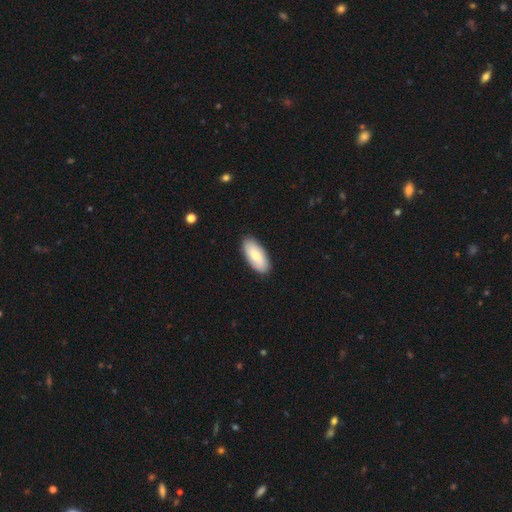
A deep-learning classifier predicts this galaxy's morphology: This appears to be a smooth galaxy with no disk features (78%) that is in between round and cigar-shaped (90%). Merging: none (88%).